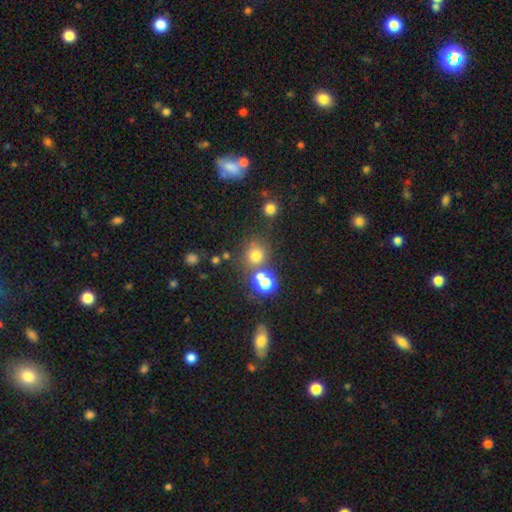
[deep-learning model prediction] This appears to be a smooth galaxy with no disk features (71%) that is round (84%). Merging: none (62%).